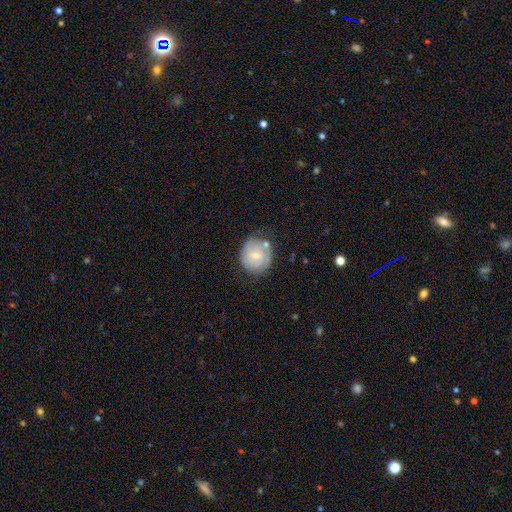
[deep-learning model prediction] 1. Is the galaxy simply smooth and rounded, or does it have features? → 52% smooth, 40% featured or disk, 7% star or artifact.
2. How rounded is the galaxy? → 85% round, 14% in between, 1% cigar-shaped.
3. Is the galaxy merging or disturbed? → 60% none, 23% minor disturbance, 9% merger, 8% major disturbance.